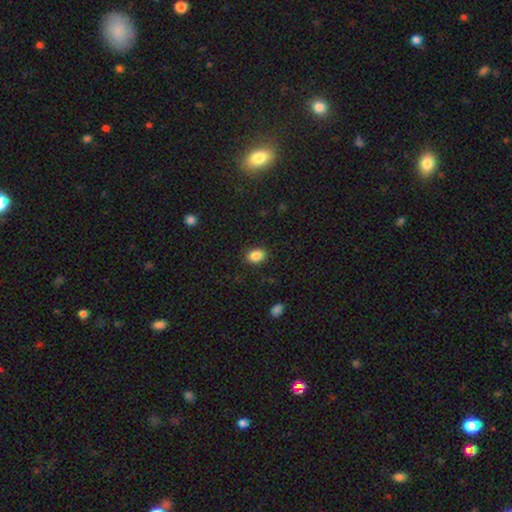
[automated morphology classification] Smooth or featured? smooth (87%)
How rounded? in between (68%)
Merging? none (87%)